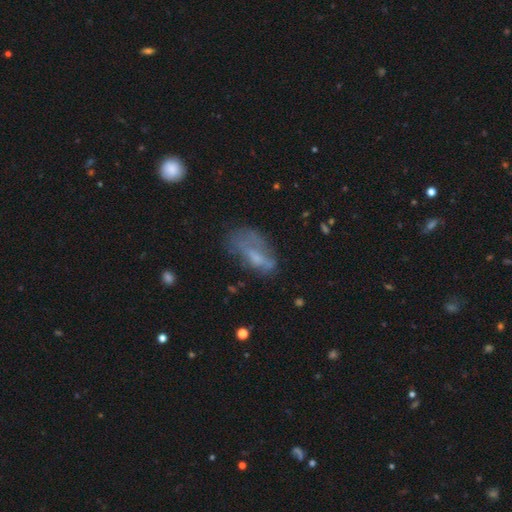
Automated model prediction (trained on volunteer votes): A smooth galaxy with no disk features (50%).

Vote fractions:
- Smooth or featured? smooth: 50% / featured or disk: 38% / star or artifact: 13%
- Merging? none: 38% / major disturbance: 30% / minor disturbance: 28% / merger: 5%